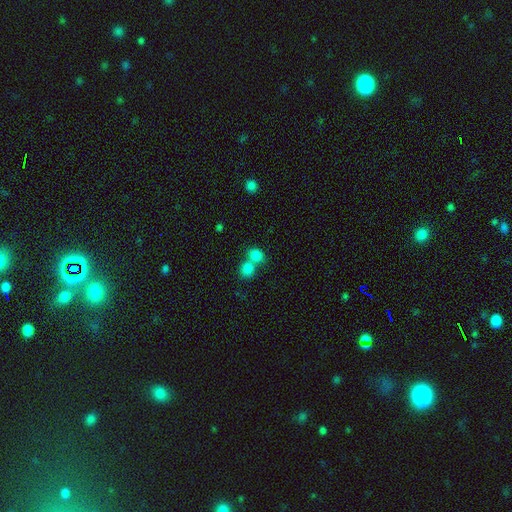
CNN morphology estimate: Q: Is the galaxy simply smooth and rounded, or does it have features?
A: smooth — 82%.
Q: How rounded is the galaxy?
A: round — 62%.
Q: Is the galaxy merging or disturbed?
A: merger — 50%.